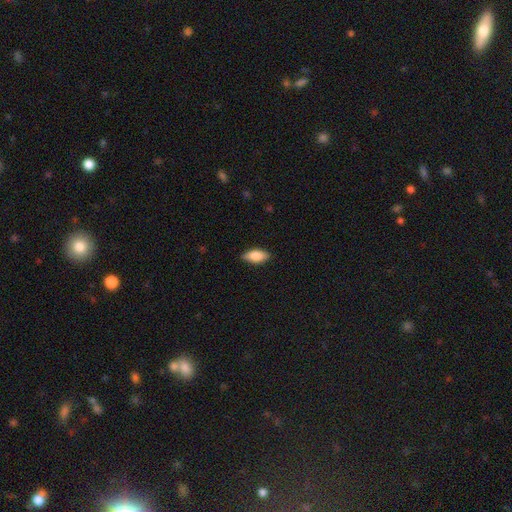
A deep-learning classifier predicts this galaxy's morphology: A smooth galaxy with no disk features (81%) that is in between round and cigar-shaped (86%). Merging: none (87%).